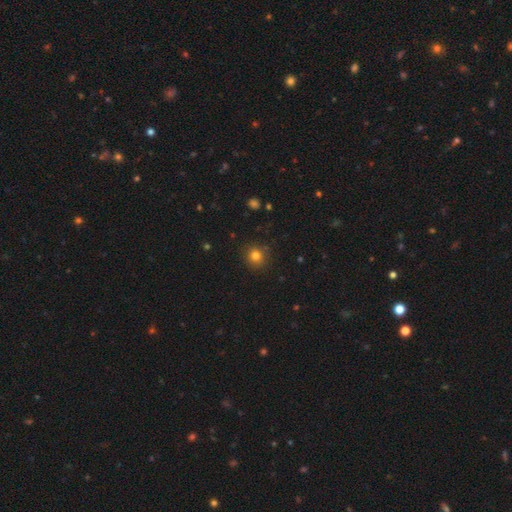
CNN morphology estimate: This is likely a smooth galaxy (79%). How rounded: clearly round (92%). Merging: clearly none (89%).